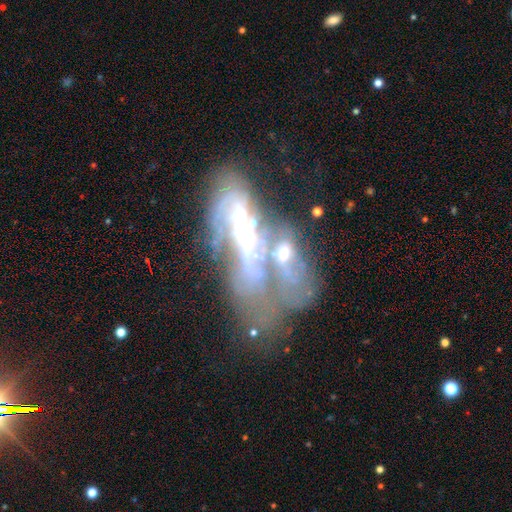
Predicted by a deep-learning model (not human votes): This appears to be a featured or disk galaxy (68%) with no bar (64%), no spiral arms (63%) and a moderate central bulge (46%). Merging: merger (55%).